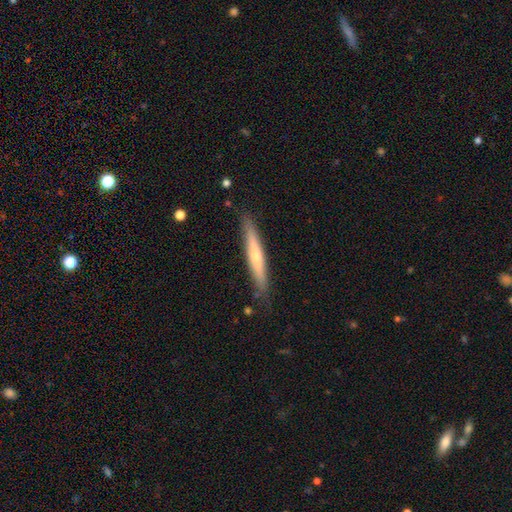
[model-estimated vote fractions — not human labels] smooth-or-featured: smooth: 50% | featured or disk: 44% | star or artifact: 6%
  how-rounded: cigar-shaped: 95% | in between: 4% | round: 1%
  merging: none: 86% | minor disturbance: 11% | major disturbance: 2% | merger: 2%